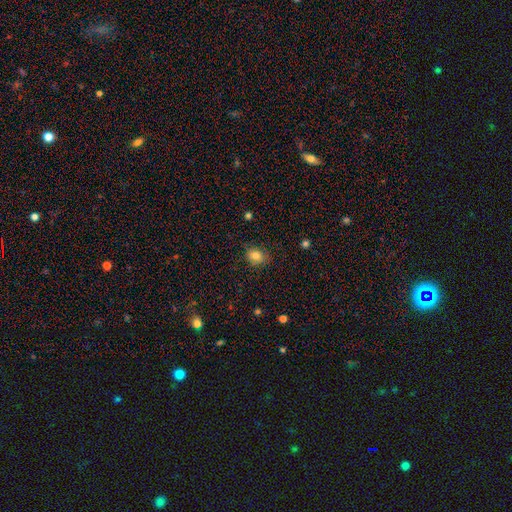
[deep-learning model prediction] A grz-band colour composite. It shows a smooth galaxy with no disk features (81%) that is in between round and cigar-shaped (56%). Merging: none (81%).